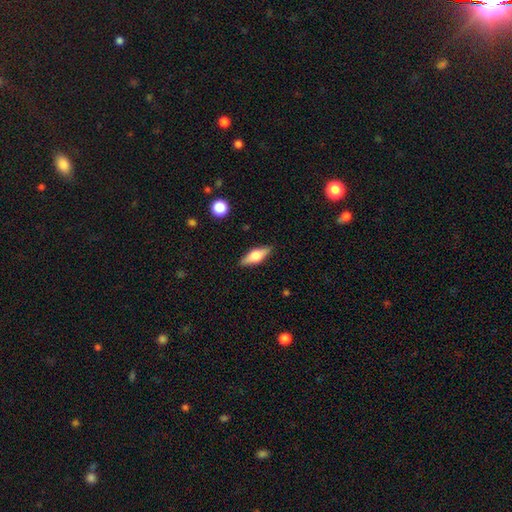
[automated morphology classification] Smooth or featured: smooth — 50% (featured or disk — 43%)
How rounded: in between — 62% (cigar-shaped — 34%)
Merging: none — 88% (minor disturbance — 9%)